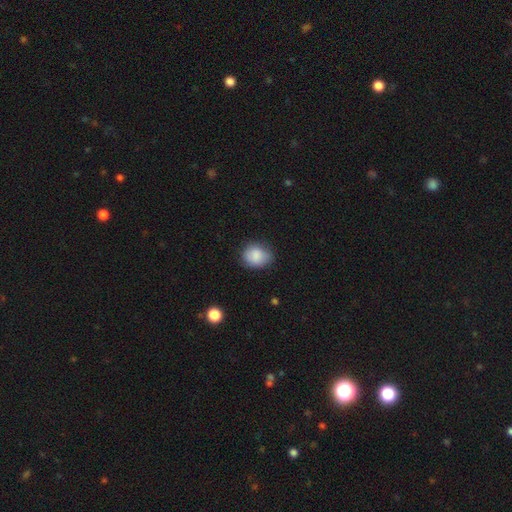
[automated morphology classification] Overall: smooth (85%). How rounded: round (56%; in between 43%). Merging: none (69%).